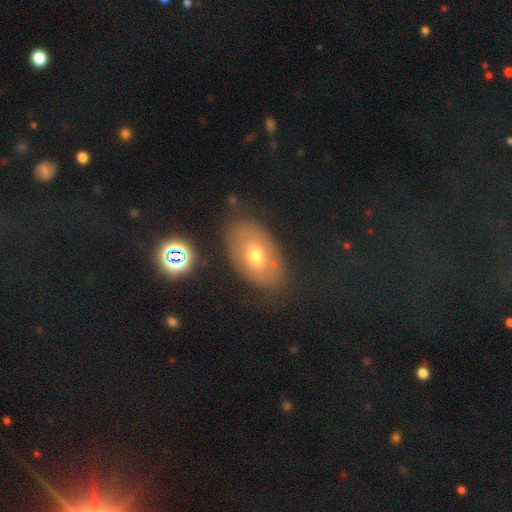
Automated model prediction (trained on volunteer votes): Smooth or featured? Predicted: smooth (p=0.56). How rounded? Predicted: in between (p=0.89). Merging? Predicted: none (p=0.77).